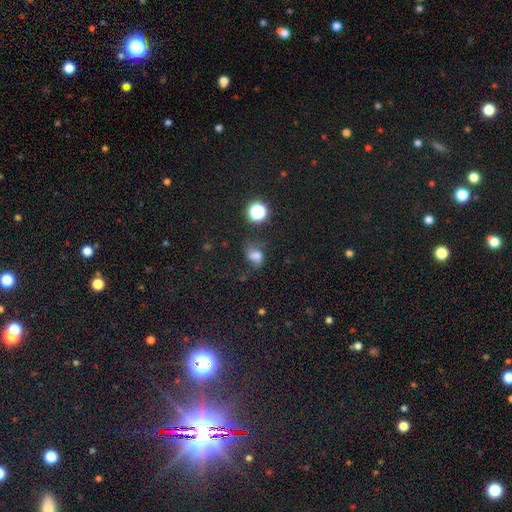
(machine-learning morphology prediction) Overall: smooth (58%; star or artifact 22%). How rounded: in between (62%; round 36%). Merging: none (45%; minor disturbance 26%).